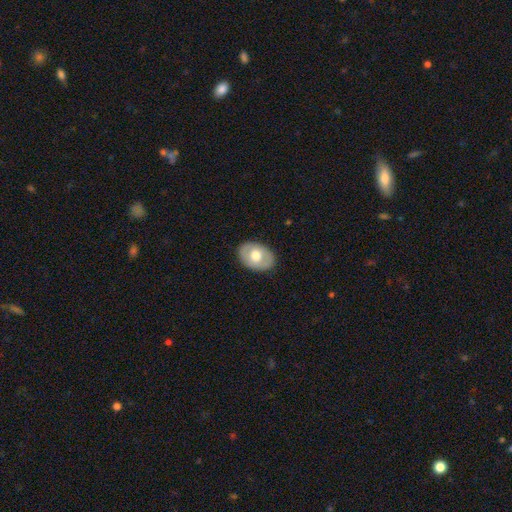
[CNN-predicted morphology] type=smooth (61%); roundness=in between (77%); merging=none (86%).